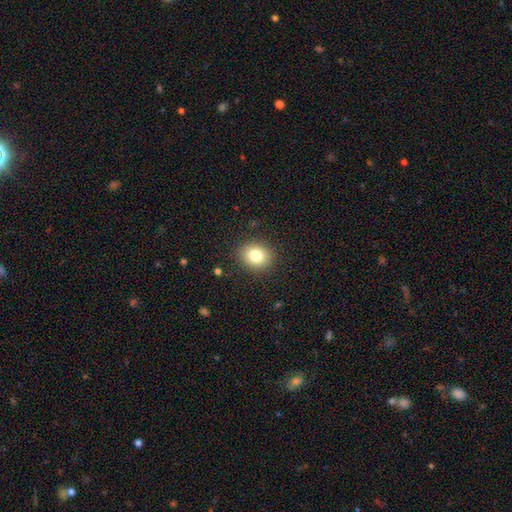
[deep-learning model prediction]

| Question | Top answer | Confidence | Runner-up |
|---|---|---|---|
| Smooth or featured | smooth | 81% | star or artifact (11%) |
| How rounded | round | 67% | in between (33%) |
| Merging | none | 89% | minor disturbance (8%) |